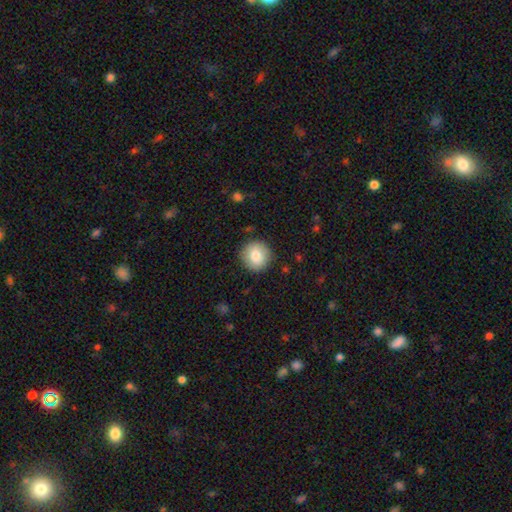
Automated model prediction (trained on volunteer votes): A smooth galaxy with no disk features (82%) that is round (94%).

Vote fractions:
- Smooth or featured? smooth: 82% / featured or disk: 10% / star or artifact: 8%
- How rounded? round: 94% / in between: 5% / cigar-shaped: 1%
- Merging? none: 89% / minor disturbance: 7% / major disturbance: 2% / merger: 1%